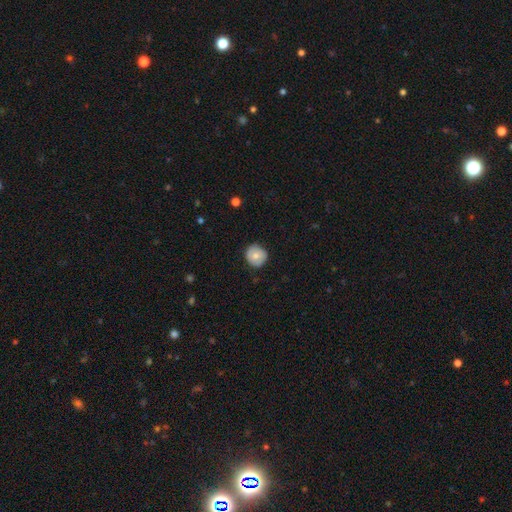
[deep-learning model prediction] Smooth or featured? Predicted: smooth (p=0.69). How rounded? Predicted: round (p=0.91). Merging? Predicted: none (p=0.84).